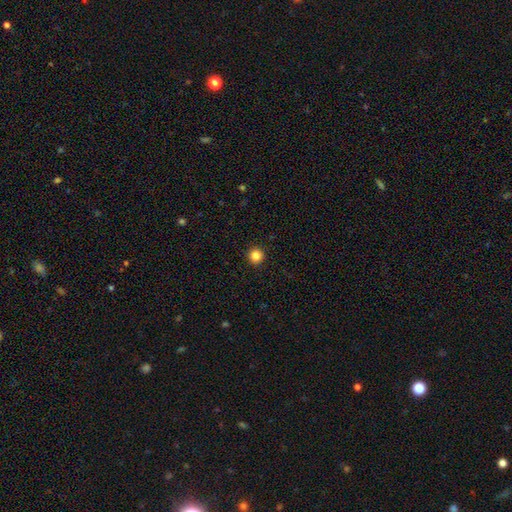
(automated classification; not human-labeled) This is clearly a smooth galaxy (85%). How rounded: clearly round (96%). Merging: clearly none (94%).